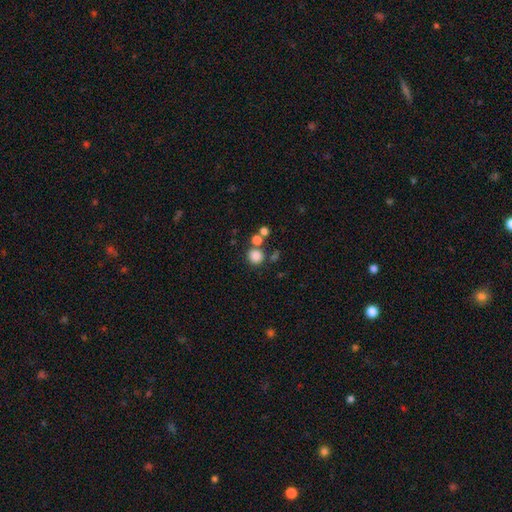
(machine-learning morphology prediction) smooth 82%, star or artifact 12%, featured or disk 6%. Down the decision tree: how rounded — round (89%); merging — none (67%).